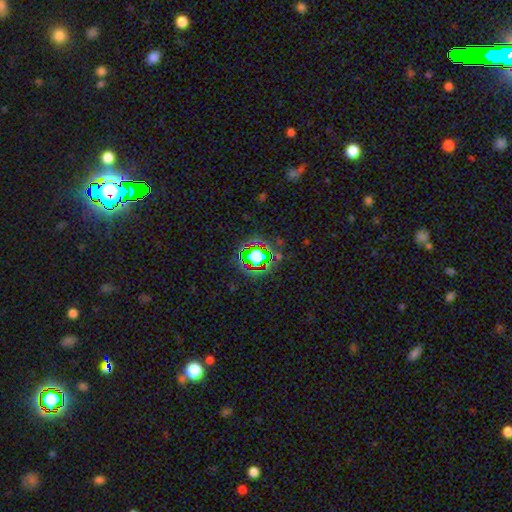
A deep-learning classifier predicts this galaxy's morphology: This appears to be a star or artifact, not a galaxy (63%).